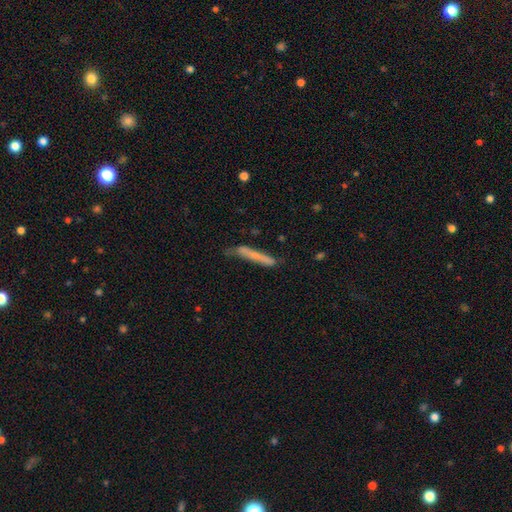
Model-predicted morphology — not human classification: smooth_or_featured: smooth (p=0.65) [alt: featured or disk p=0.27]
how_rounded: cigar-shaped (p=0.95) [alt: in between p=0.03]
merging: none (p=0.66) [alt: minor disturbance p=0.24]